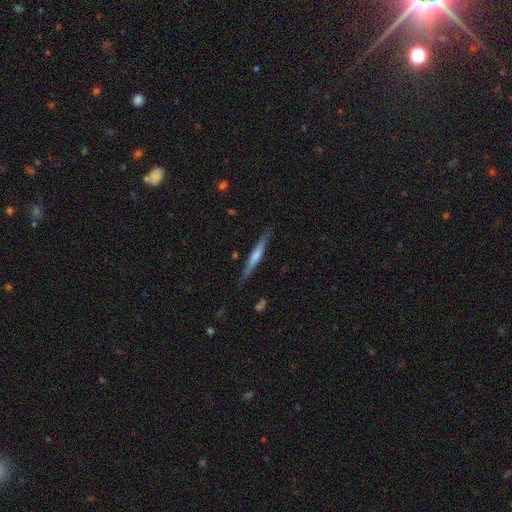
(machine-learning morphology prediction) Overall: featured or disk (49%; smooth 46%). Merging: none (85%).